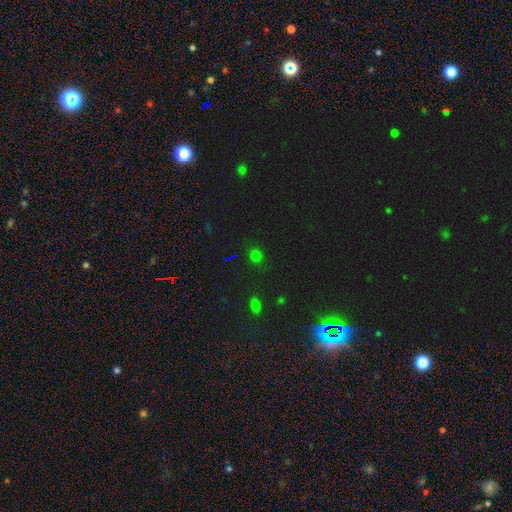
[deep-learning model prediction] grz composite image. It shows a smooth galaxy with no disk features (68%) that is round (87%). Merging: none (88%).